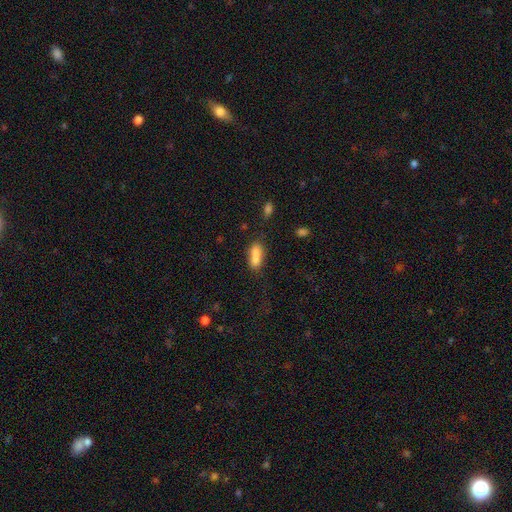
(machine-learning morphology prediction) Smooth or featured?
  - smooth: 78% *
  - featured or disk: 13%
  - star or artifact: 9%
How rounded?
  - in between: 77% *
  - cigar-shaped: 18%
  - round: 5%
Merging?
  - none: 40% *
  - merger: 37%
  - minor disturbance: 16%
  - major disturbance: 6%